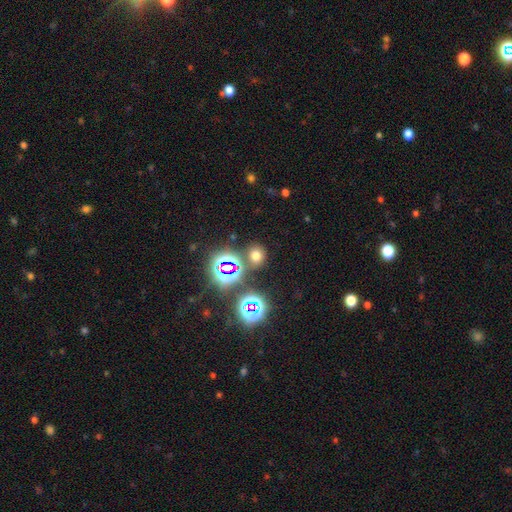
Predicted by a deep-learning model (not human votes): Smooth or featured: smooth — 60% (star or artifact — 33%)
How rounded: round — 75% (in between — 24%)
Merging: none — 80% (minor disturbance — 9%)